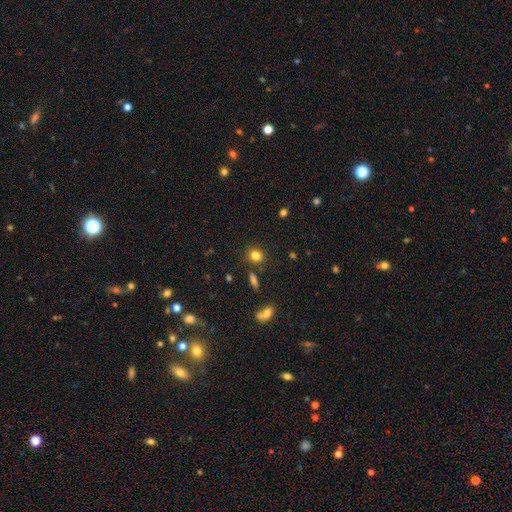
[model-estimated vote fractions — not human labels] A smooth galaxy with no disk features (82%) that is round (70%). Merging: none (82%).